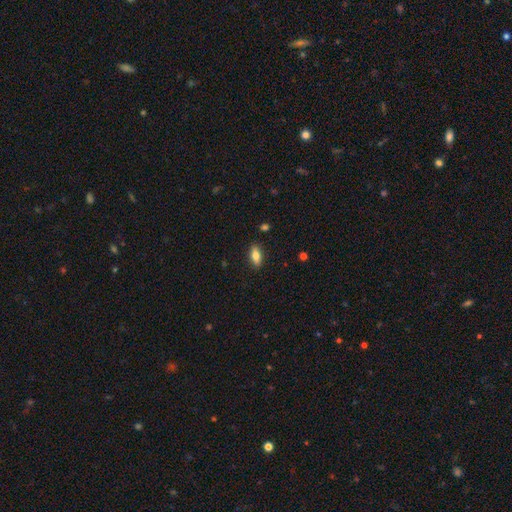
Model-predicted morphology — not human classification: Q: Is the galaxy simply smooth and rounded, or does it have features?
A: smooth — 77%.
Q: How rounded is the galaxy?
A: in between — 80%.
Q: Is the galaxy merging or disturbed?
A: none — 88%.